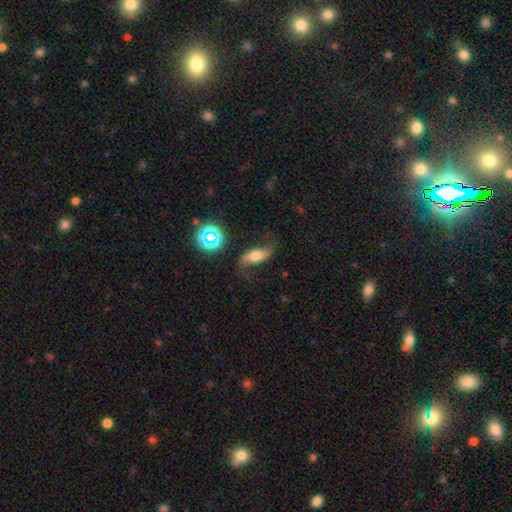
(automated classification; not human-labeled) Q: Smooth or featured?
A: featured or disk (61%); runner-up: smooth (26%)
Q: Edge-on disk?
A: no (85%); runner-up: yes (15%)
Q: Bar?
A: no (53%); runner-up: weak (27%)
Q: Spiral arms?
A: yes (91%); runner-up: no (9%)
Q: Bulge size?
A: moderate (51%); runner-up: large (21%)
Q: Merging?
A: none (68%); runner-up: minor disturbance (19%)